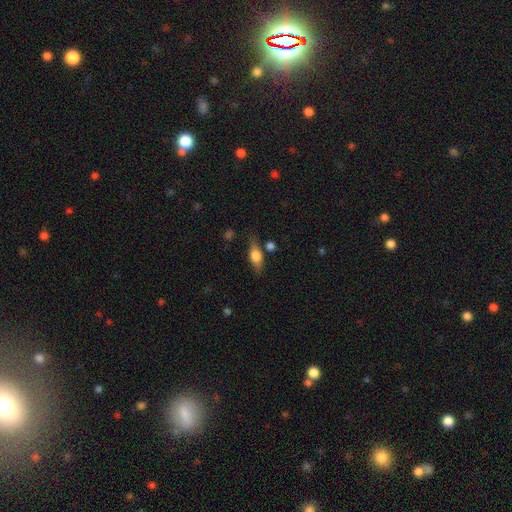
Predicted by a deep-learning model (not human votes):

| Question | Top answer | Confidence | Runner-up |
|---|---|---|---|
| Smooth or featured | smooth | 58% | featured or disk (34%) |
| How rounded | in between | 66% | cigar-shaped (27%) |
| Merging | none | 72% | minor disturbance (17%) |